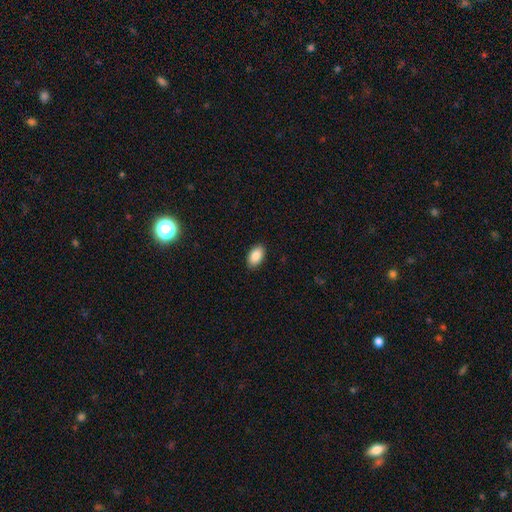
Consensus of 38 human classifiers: A smooth galaxy with no disk features (89%) that is in between round and cigar-shaped (88%).

Vote fractions:
- Smooth or featured? smooth: 89% / featured or disk: 5% / star or artifact: 5%
- How rounded? in between: 88% / round: 12% / cigar-shaped: 0%
- Merging? none: 89% / minor disturbance: 8% / major disturbance: 3% / merger: 0%